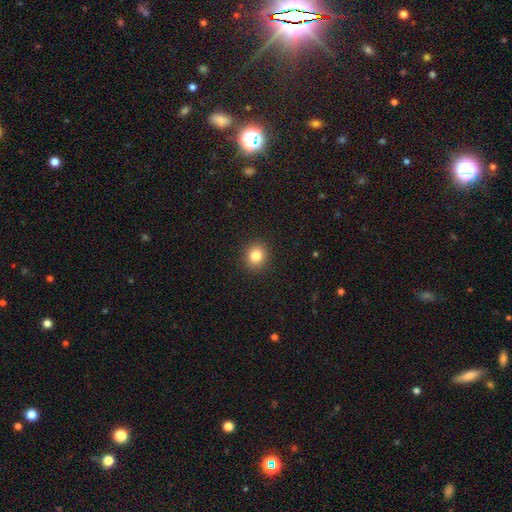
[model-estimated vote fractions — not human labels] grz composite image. It shows a smooth galaxy with no disk features (82%) that is round (84%). Merging: none (91%).